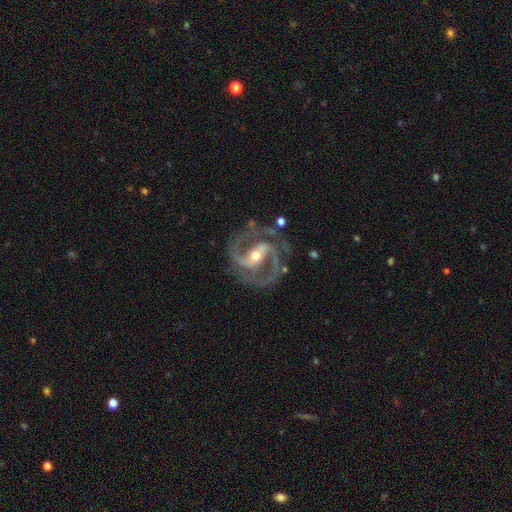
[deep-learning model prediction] A featured or disk galaxy (92%) with a strong bar (49%), 2 (85%) medium (59%) spiral arms (98%) and a moderate central bulge (51%). Merging: none (75%).